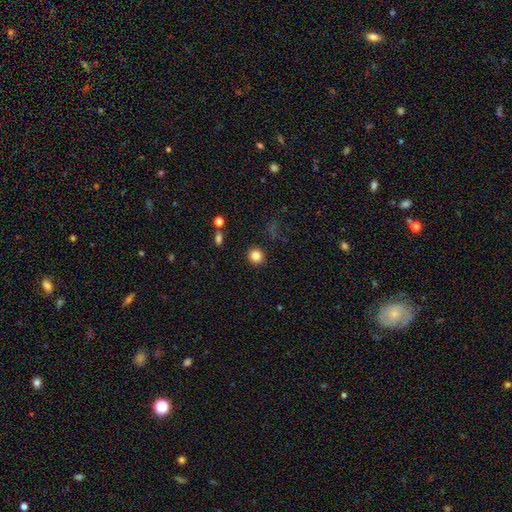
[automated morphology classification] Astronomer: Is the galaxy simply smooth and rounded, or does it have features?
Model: smooth — 83%.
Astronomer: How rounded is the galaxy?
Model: round — 91%.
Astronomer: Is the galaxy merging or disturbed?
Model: none — 90%.